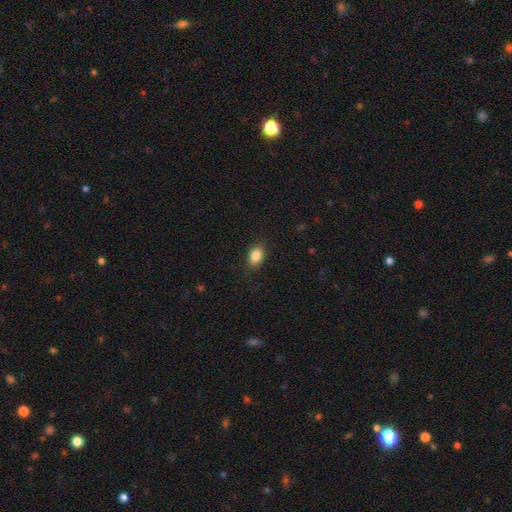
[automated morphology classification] Q: Smooth or featured?
A: smooth (86%); runner-up: star or artifact (8%)
Q: How rounded?
A: in between (81%); runner-up: round (18%)
Q: Merging?
A: none (86%); runner-up: minor disturbance (11%)